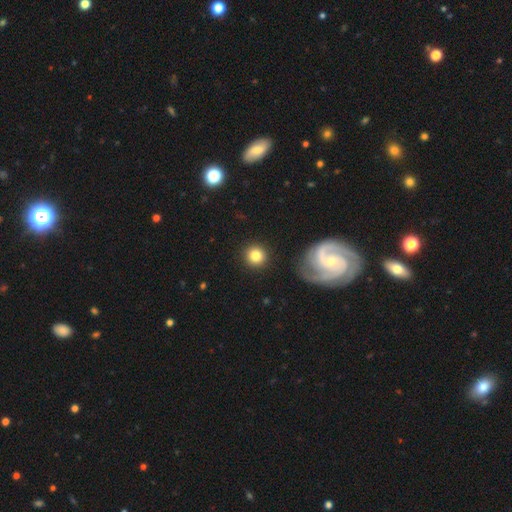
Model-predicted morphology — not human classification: Overall: smooth (81%). How rounded: round (93%). Merging: none (89%).